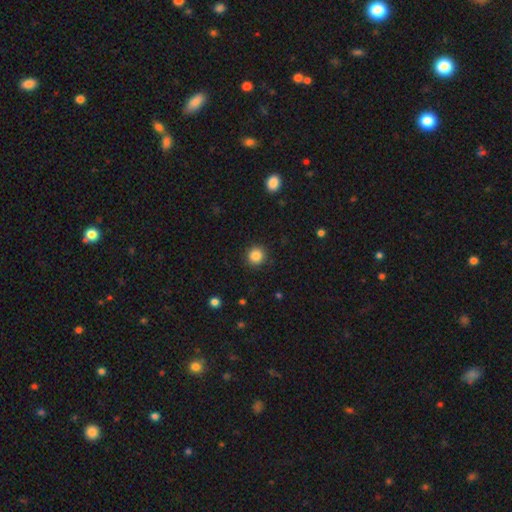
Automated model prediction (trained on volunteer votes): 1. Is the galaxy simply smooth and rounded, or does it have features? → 86% smooth, 10% star or artifact, 4% featured or disk.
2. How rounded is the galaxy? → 94% round, 5% in between, 1% cigar-shaped.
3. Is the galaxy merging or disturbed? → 92% none, 5% minor disturbance, 2% major disturbance, 1% merger.